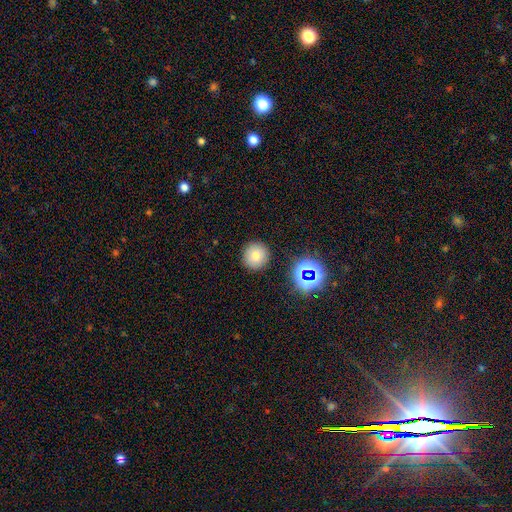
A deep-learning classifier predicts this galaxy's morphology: Smooth or featured? Predicted: smooth (p=0.74). How rounded? Predicted: round (p=0.94). Merging? Predicted: none (p=0.90).